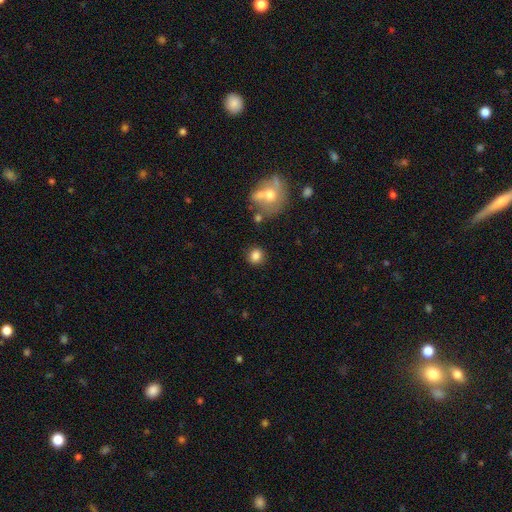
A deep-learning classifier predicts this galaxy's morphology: Overall: smooth (83%). How rounded: round (83%). Merging: none (86%).